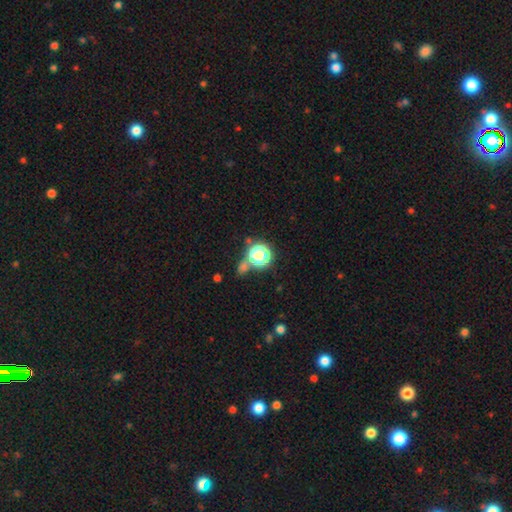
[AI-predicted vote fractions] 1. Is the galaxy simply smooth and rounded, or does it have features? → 59% star or artifact, 33% smooth, 7% featured or disk.